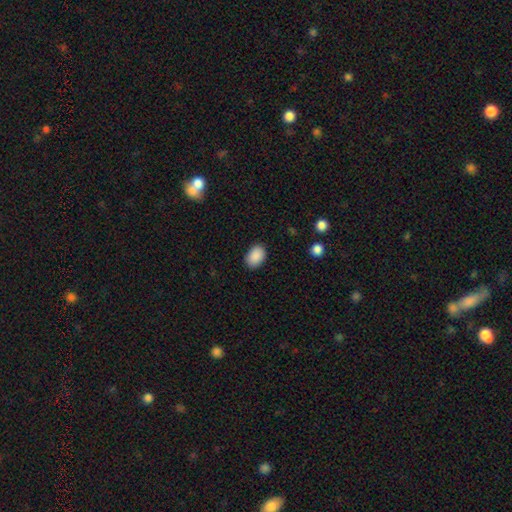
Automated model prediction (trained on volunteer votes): smooth 90%, star or artifact 7%, featured or disk 3%. Down the decision tree: how rounded — in between (84%); merging — none (87%).